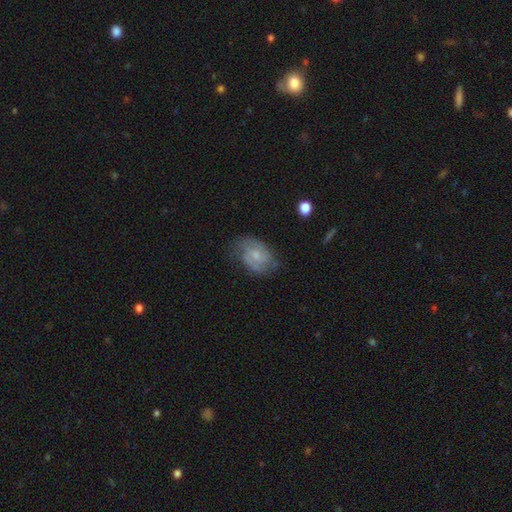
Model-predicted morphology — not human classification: Smooth or featured? Predicted: featured or disk (p=0.59). Edge-on disk? Predicted: no (p=0.97). Bar? Predicted: no (p=0.53). Spiral arms? Predicted: yes (p=0.85). Bulge size? Predicted: small (p=0.56). Merging? Predicted: none (p=0.61).